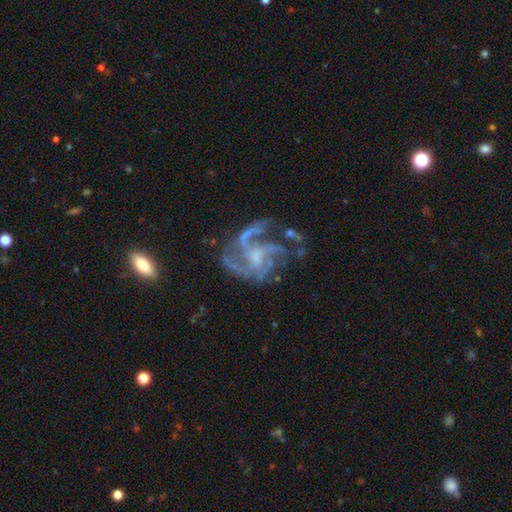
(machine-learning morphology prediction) Q: Smooth or featured?
A: featured or disk (86%); runner-up: star or artifact (8%)
Q: Edge-on disk?
A: no (98%); runner-up: yes (2%)
Q: Bar?
A: no (53%); runner-up: weak (37%)
Q: Spiral arms?
A: yes (93%); runner-up: no (7%)
Q: Spiral winding?
A: medium (51%); runner-up: tight (25%)
Q: Spiral arm count?
A: 3 (37%); runner-up: 4 (22%)
Q: Bulge size?
A: small (40%); runner-up: moderate (30%)
Q: Merging?
A: none (46%); runner-up: major disturbance (31%)